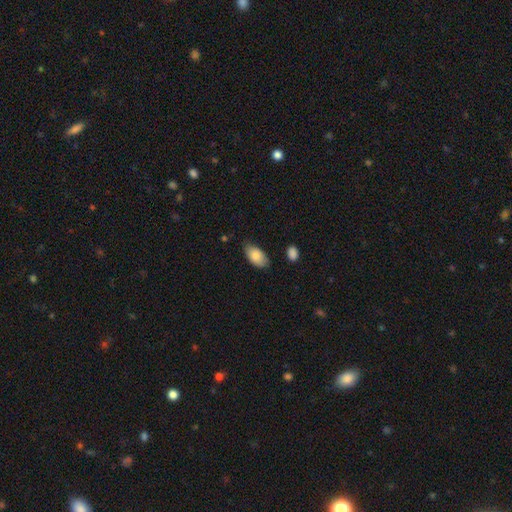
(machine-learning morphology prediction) Q: Smooth or featured?
A: smooth (84%); runner-up: featured or disk (10%)
Q: How rounded?
A: in between (94%); runner-up: round (4%)
Q: Merging?
A: none (75%); runner-up: minor disturbance (19%)